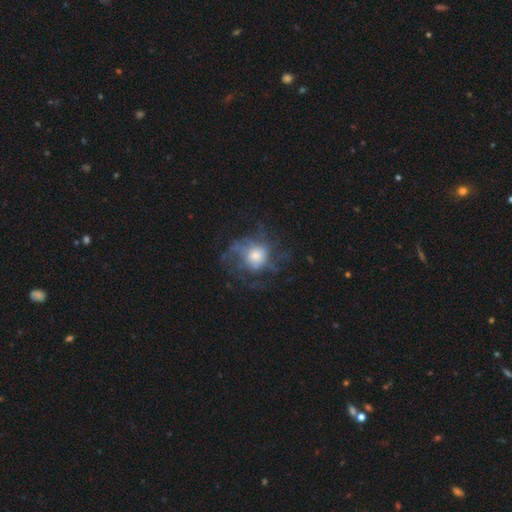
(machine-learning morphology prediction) smooth-or-featured: featured or disk: 61% | smooth: 27% | star or artifact: 12%
  disk-edge-on: no: 97% | yes: 3%
    bar: no: 83% | weak: 14% | strong: 3%
    has-spiral-arms: yes: 67% | no: 33%
    bulge-size: moderate: 44% | large: 29% | small: 21% | dominant: 4% | none: 3%
  merging: none: 52% | major disturbance: 29% | minor disturbance: 17% | merger: 2%